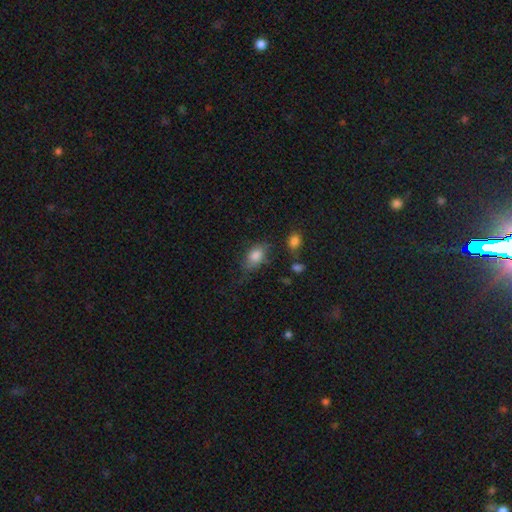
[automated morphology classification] A smooth galaxy with no disk features (80%) that is in between round and cigar-shaped (82%).

Vote fractions:
- Smooth or featured? smooth: 80% / featured or disk: 11% / star or artifact: 9%
- How rounded? in between: 82% / round: 16% / cigar-shaped: 2%
- Merging? none: 52% / minor disturbance: 29% / major disturbance: 14% / merger: 5%